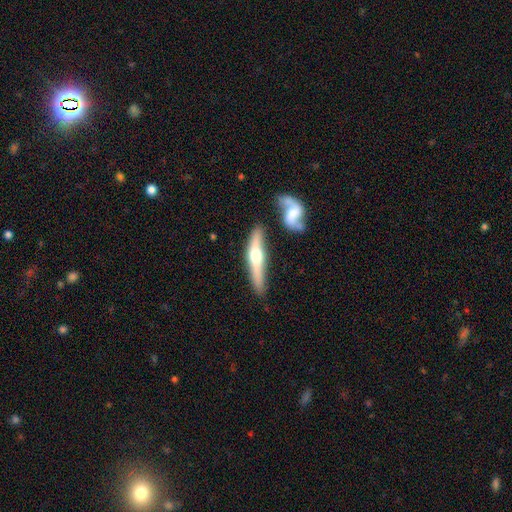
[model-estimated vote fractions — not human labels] Smooth or featured?
  - featured or disk: 62% *
  - smooth: 33%
  - star or artifact: 5%
Edge-on disk?
  - yes: 93% *
  - no: 7%
Edge-on bulge?
  - rounded: 93% *
  - none: 4%
  - boxy: 3%
Merging?
  - none: 76% *
  - minor disturbance: 13%
  - merger: 8%
  - major disturbance: 3%